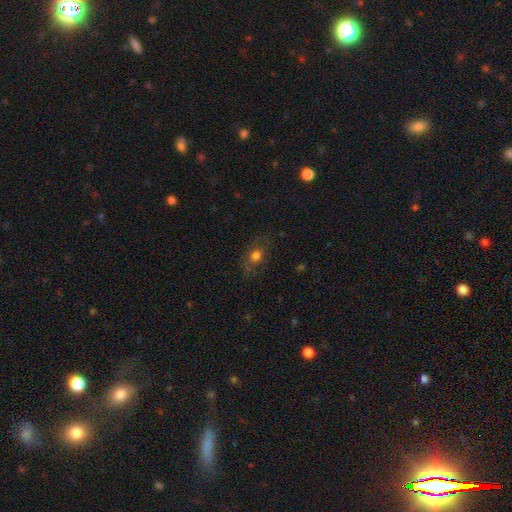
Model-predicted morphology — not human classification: A smooth galaxy with no disk features (62%) that is in between round and cigar-shaped (49%). Merging: none (70%).